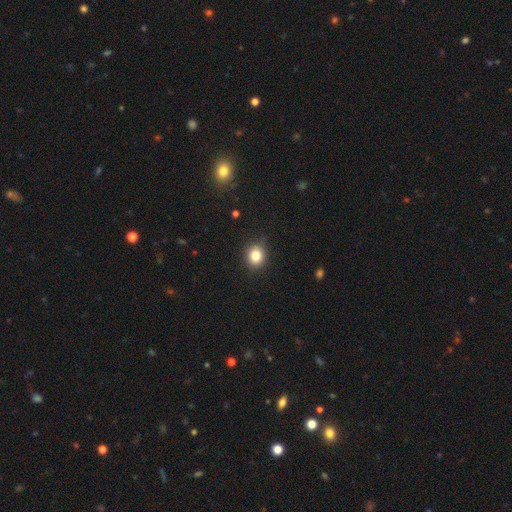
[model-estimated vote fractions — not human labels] Q: Smooth or featured?
A: smooth (83%); runner-up: star or artifact (11%)
Q: How rounded?
A: round (73%); runner-up: in between (26%)
Q: Merging?
A: none (88%); runner-up: minor disturbance (9%)